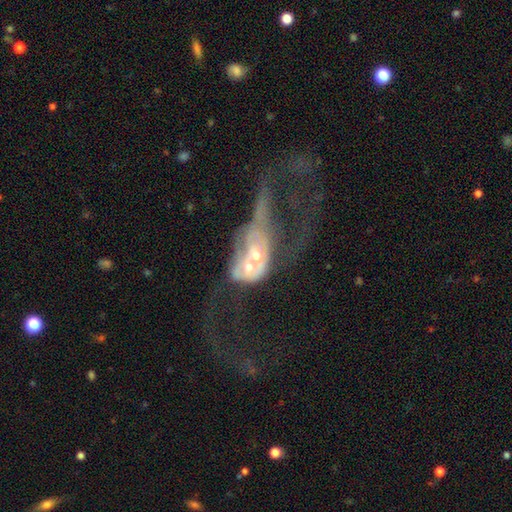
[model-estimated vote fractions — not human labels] Smooth or featured: featured or disk — 64% (smooth — 26%)
Edge-on disk: no — 93% (yes — 7%)
Bar: no — 81% (weak — 14%)
Spiral arms: no — 66% (yes — 34%)
Bulge size: moderate — 59% (small — 30%)
Merging: merger — 70% (major disturbance — 21%)